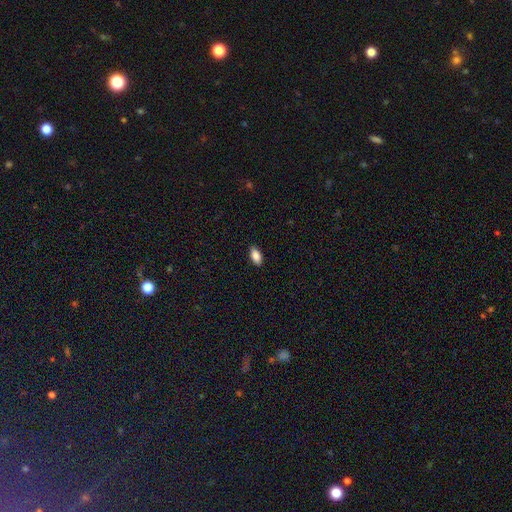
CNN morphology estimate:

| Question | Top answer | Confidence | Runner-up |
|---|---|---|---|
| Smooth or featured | smooth | 86% | star or artifact (7%) |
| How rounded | in between | 91% | cigar-shaped (6%) |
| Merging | none | 89% | minor disturbance (8%) |